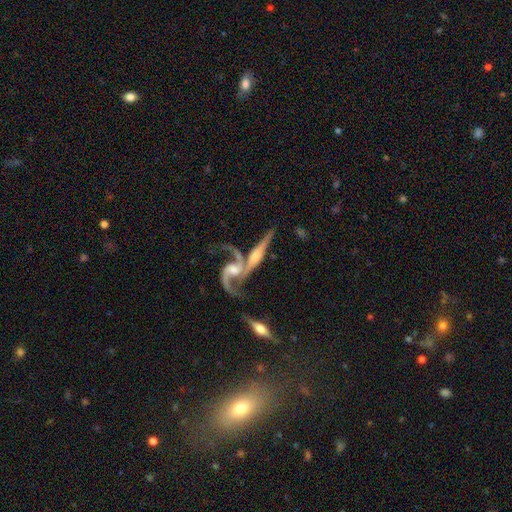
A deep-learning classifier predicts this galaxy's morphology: A featured or disk galaxy (80%) viewed edge-on (58%). Merging: merger (51%).